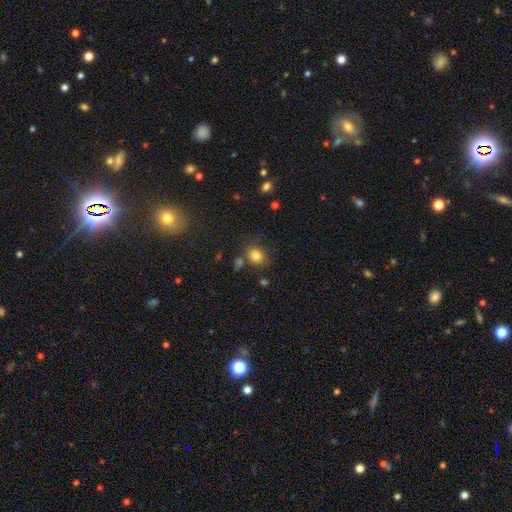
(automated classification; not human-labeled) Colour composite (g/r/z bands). It shows a smooth galaxy with no disk features (82%) that is round (67%). Merging: none (69%).